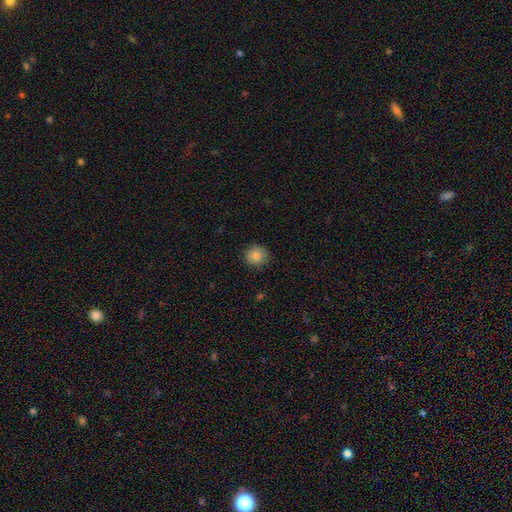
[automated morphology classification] Smooth or featured? smooth (84%)
How rounded? round (90%)
Merging? none (88%)